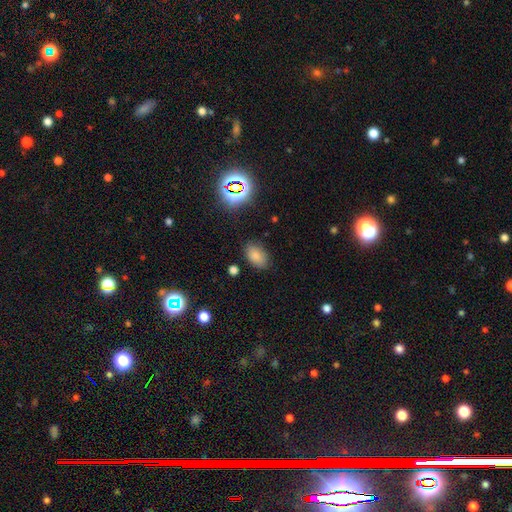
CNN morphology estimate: smooth_or_featured: smooth (p=0.80) [alt: star or artifact p=0.14]
how_rounded: in between (p=0.87) [alt: round p=0.11]
merging: none (p=0.81) [alt: minor disturbance p=0.13]